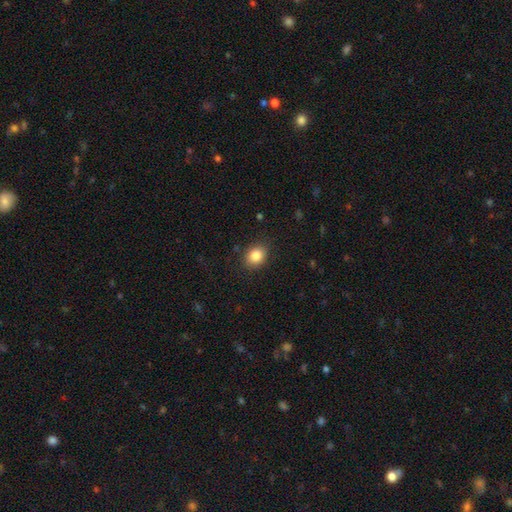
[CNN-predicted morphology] A smooth galaxy with no disk features (85%) that is round (52%).

Vote fractions:
- Smooth or featured? smooth: 85% / star or artifact: 10% / featured or disk: 5%
- How rounded? round: 52% / in between: 47% / cigar-shaped: 1%
- Merging? none: 87% / minor disturbance: 9% / major disturbance: 3% / merger: 1%